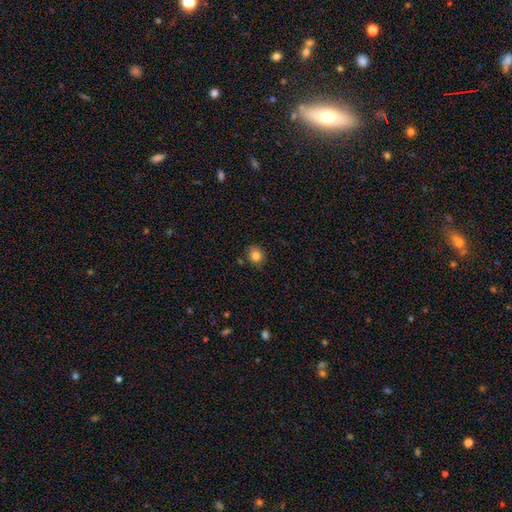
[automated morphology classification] The model was most divided on "how rounded": round: 76%, in between: 23%, cigar-shaped: 1%. More confident: smooth or featured — smooth (83%); merging — none (78%).